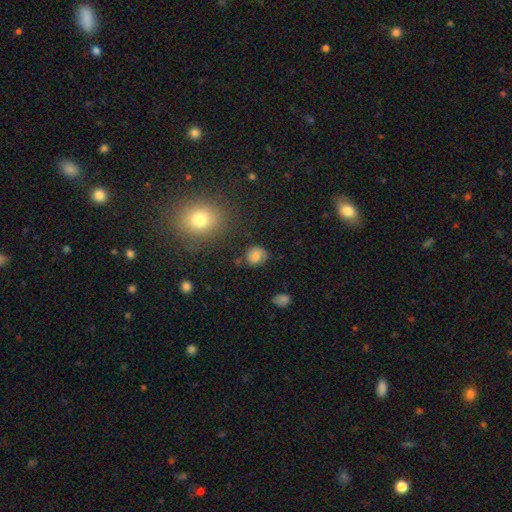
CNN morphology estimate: Smooth or featured?
  - smooth: 78% *
  - star or artifact: 12%
  - featured or disk: 10%
How rounded?
  - round: 71% *
  - in between: 28%
  - cigar-shaped: 1%
Merging?
  - none: 72% *
  - minor disturbance: 19%
  - major disturbance: 6%
  - merger: 3%